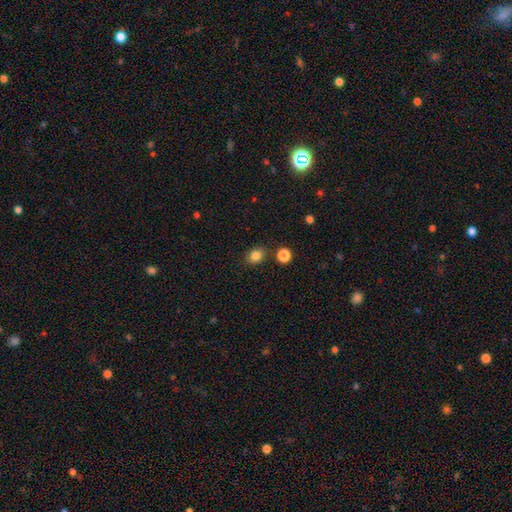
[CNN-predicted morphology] A smooth galaxy with no disk features (84%) that is in between round and cigar-shaped (53%). Merging: none (81%).